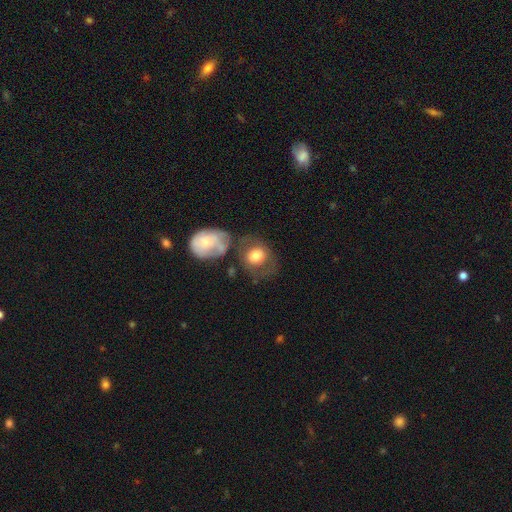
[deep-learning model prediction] smooth_or_featured: smooth (p=0.68) [alt: featured or disk p=0.25]
how_rounded: round (p=0.68) [alt: in between p=0.31]
merging: none (p=0.44) [alt: minor disturbance p=0.19]